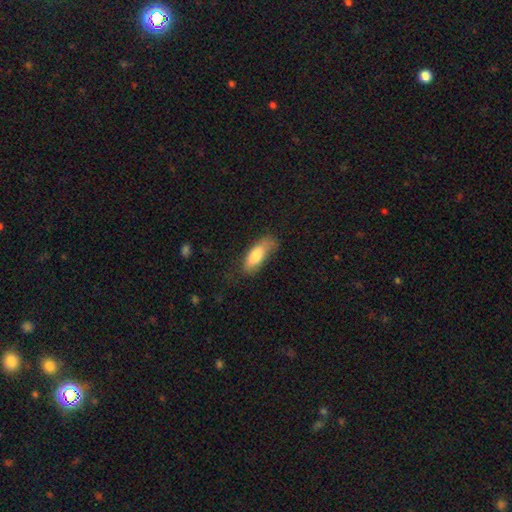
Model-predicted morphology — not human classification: smooth 79%, featured or disk 15%, star or artifact 6%. Down the decision tree: how rounded — in between (76%); merging — none (57%).